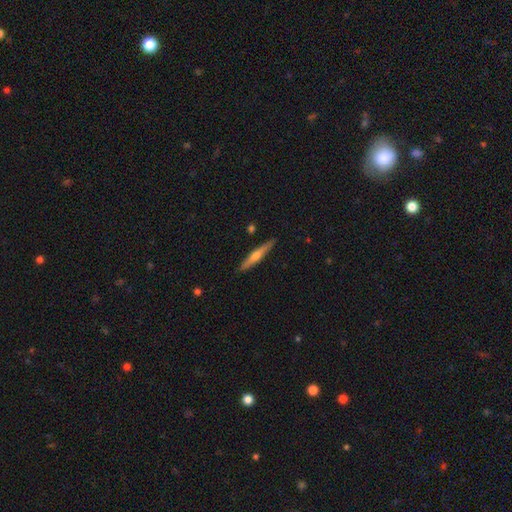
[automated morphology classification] type=featured or disk (61%); edge-on=yes (97%); edge-on bulge=rounded (85%); merging=none (90%).